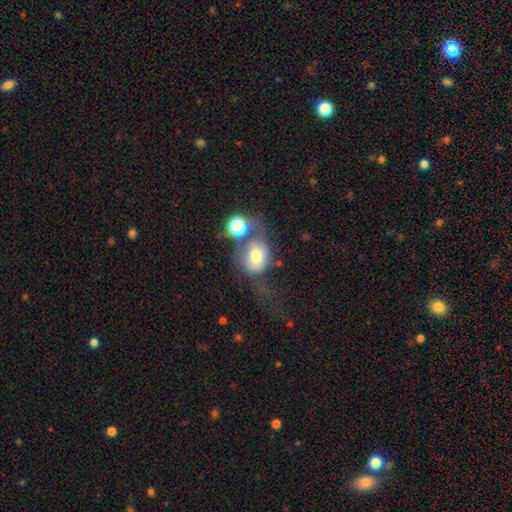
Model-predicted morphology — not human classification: smooth-or-featured: smooth: 65% | featured or disk: 22% | star or artifact: 12%
  how-rounded: round: 61% | in between: 38% | cigar-shaped: 1%
  merging: merger: 29% | major disturbance: 28% | none: 27% | minor disturbance: 17%